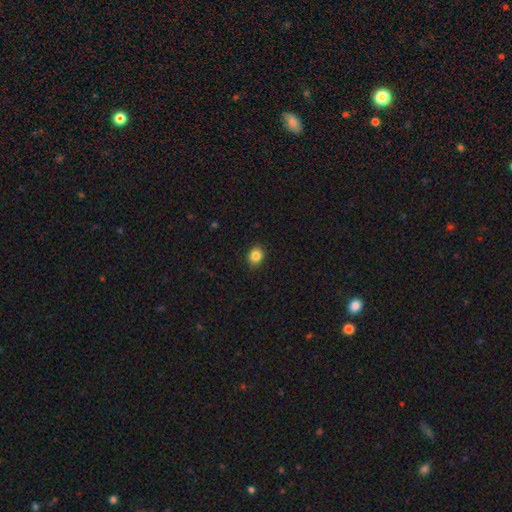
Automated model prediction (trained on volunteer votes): Q: Smooth or featured?
A: smooth (85%); runner-up: star or artifact (10%)
Q: How rounded?
A: round (56%); runner-up: in between (44%)
Q: Merging?
A: none (89%); runner-up: minor disturbance (8%)